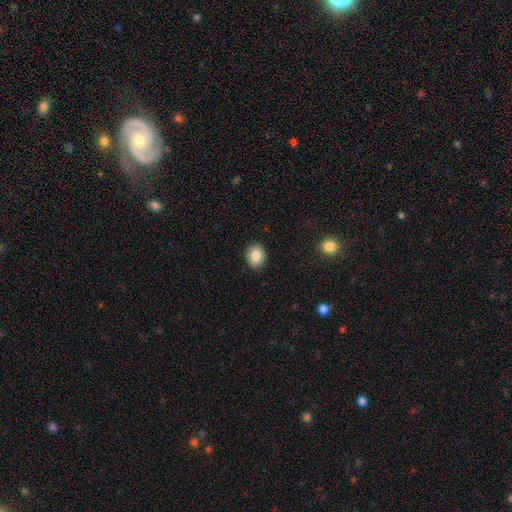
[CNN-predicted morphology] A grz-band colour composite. It shows a smooth galaxy with no disk features (85%) that is round (60%). Merging: none (89%).